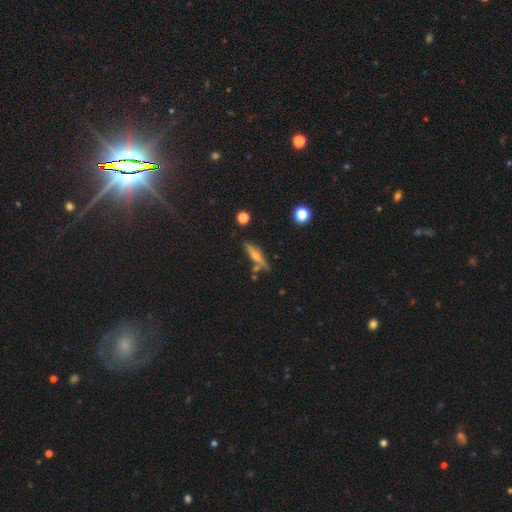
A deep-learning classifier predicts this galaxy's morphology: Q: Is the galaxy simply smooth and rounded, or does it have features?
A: featured or disk — 55%.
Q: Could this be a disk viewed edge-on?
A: yes — 92%.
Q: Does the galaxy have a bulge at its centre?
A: rounded — 82%.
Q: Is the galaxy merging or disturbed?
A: none — 73%.